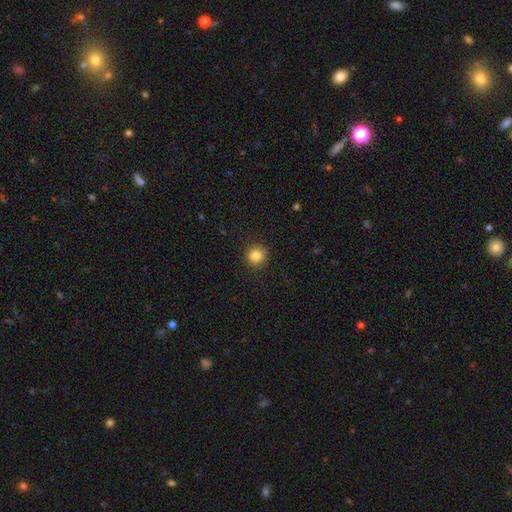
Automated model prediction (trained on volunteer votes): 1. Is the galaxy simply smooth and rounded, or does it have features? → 82% smooth, 12% star or artifact, 6% featured or disk.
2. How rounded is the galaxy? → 94% round, 5% in between, 1% cigar-shaped.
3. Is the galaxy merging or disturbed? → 90% none, 7% minor disturbance, 2% major disturbance, 1% merger.